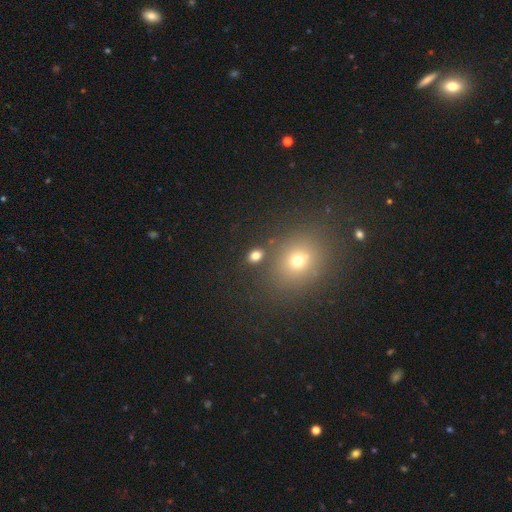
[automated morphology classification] Smooth or featured?
  - smooth: 77% *
  - star or artifact: 16%
  - featured or disk: 7%
How rounded?
  - in between: 61% *
  - round: 37%
  - cigar-shaped: 2%
Merging?
  - none: 78% *
  - minor disturbance: 9%
  - merger: 9%
  - major disturbance: 4%